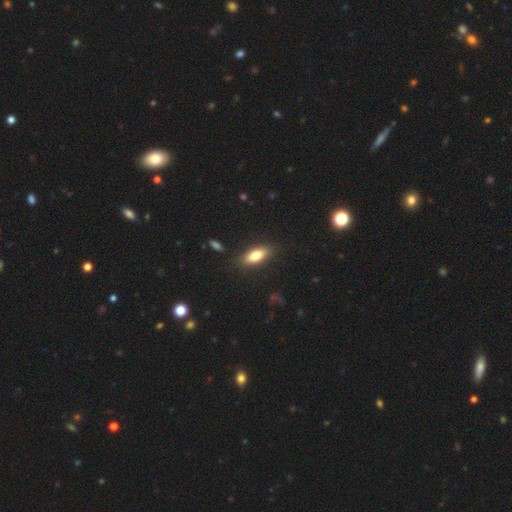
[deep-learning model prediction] smooth 77%, featured or disk 16%, star or artifact 7%. Down the decision tree: how rounded — in between (73%); merging — none (86%).